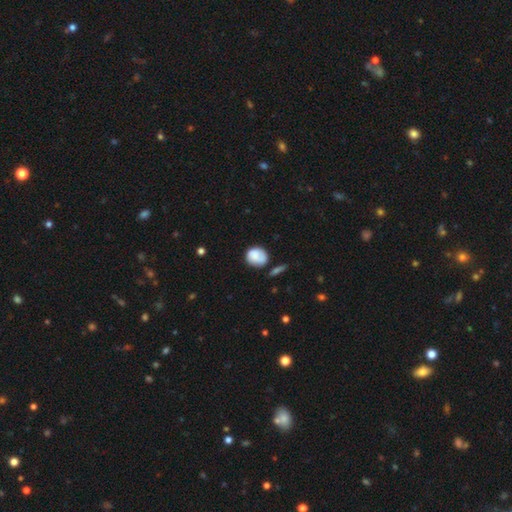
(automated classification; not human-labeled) The model was most divided on "merging": none: 59%, minor disturbance: 26%, major disturbance: 8%, merger: 7%. More confident: how rounded — round (78%); smooth or featured — smooth (77%).